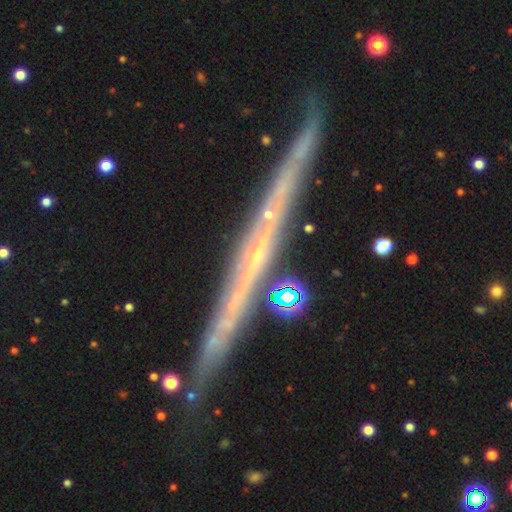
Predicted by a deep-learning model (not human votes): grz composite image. It shows a featured or disk galaxy (77%) viewed edge-on (97%) with no central bulge (73%). Merging: none (86%).